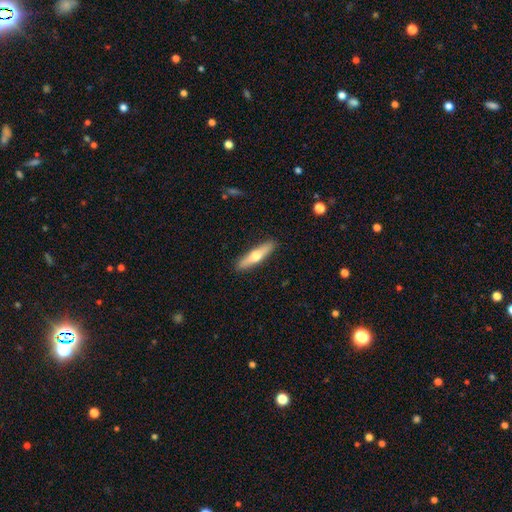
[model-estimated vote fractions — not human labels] Morphology: type=smooth (51%); roundness=cigar-shaped (80%); merging=none (90%).